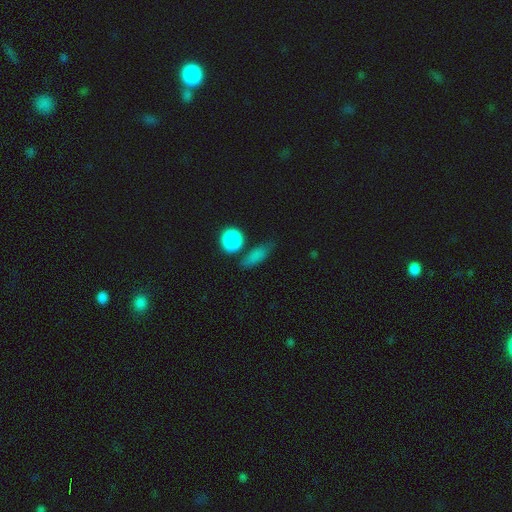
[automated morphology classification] Q: Smooth or featured?
A: smooth (77%); runner-up: star or artifact (12%)
Q: How rounded?
A: in between (49%); runner-up: cigar-shaped (35%)
Q: Merging?
A: none (66%); runner-up: minor disturbance (19%)